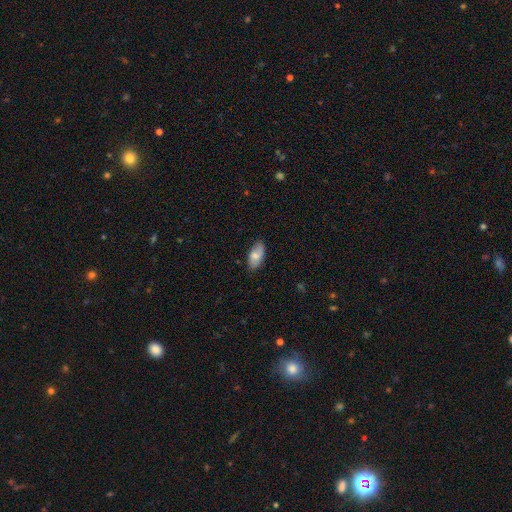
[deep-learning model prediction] Smooth or featured?
  - smooth: 76% *
  - featured or disk: 18%
  - star or artifact: 7%
How rounded?
  - in between: 92% *
  - cigar-shaped: 5%
  - round: 3%
Merging?
  - none: 81% *
  - minor disturbance: 16%
  - major disturbance: 3%
  - merger: 1%